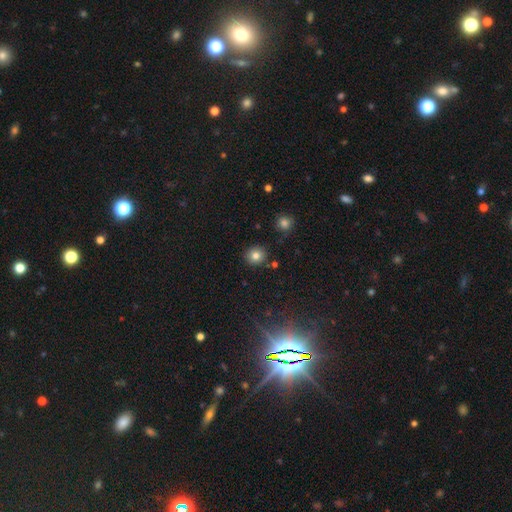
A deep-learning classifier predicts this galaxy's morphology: smooth-or-featured: smooth: 81% | star or artifact: 12% | featured or disk: 6%
  how-rounded: round: 89% | in between: 10% | cigar-shaped: 1%
  merging: none: 87% | minor disturbance: 8% | merger: 4% | major disturbance: 2%